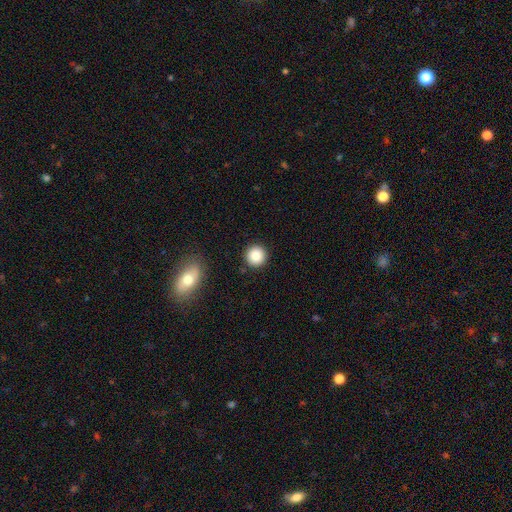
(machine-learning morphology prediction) The model was most divided on "smooth or featured": smooth: 86%, star or artifact: 9%, featured or disk: 5%. More confident: how rounded — round (94%); merging — none (90%).